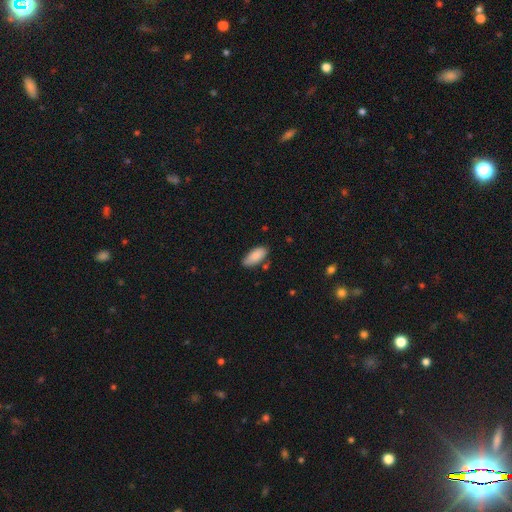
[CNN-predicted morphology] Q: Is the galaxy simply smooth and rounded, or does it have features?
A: smooth — 88%.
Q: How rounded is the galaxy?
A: in between — 87%.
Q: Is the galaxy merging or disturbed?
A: none — 75%.